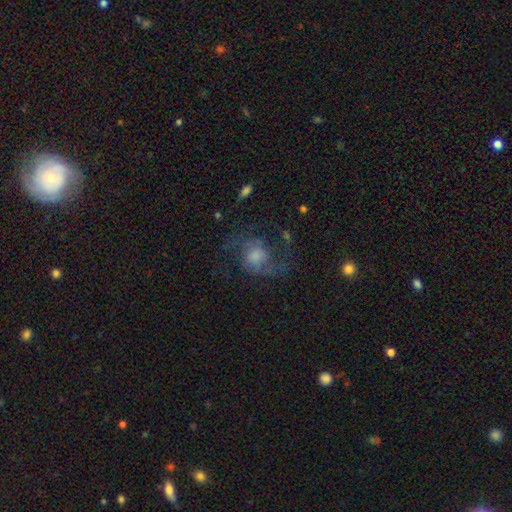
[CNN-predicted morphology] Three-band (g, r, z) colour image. It shows a featured or disk galaxy (73%) with no bar (65%), 2 (87%) loose (49%) spiral arms (93%) and a moderate central bulge (36%). Merging: none (64%).